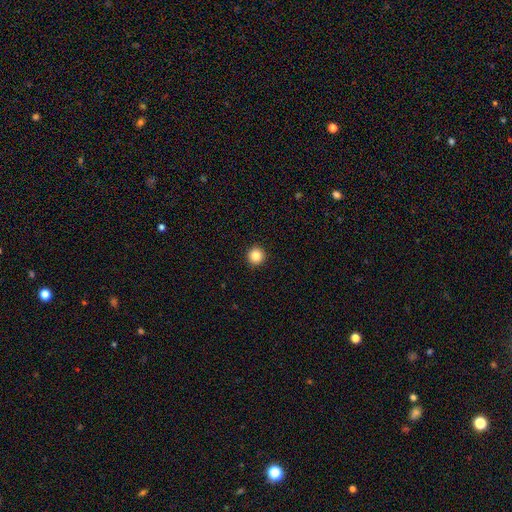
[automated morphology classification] smooth 85%, star or artifact 10%, featured or disk 5%. Down the decision tree: how rounded — round (95%); merging — none (94%).